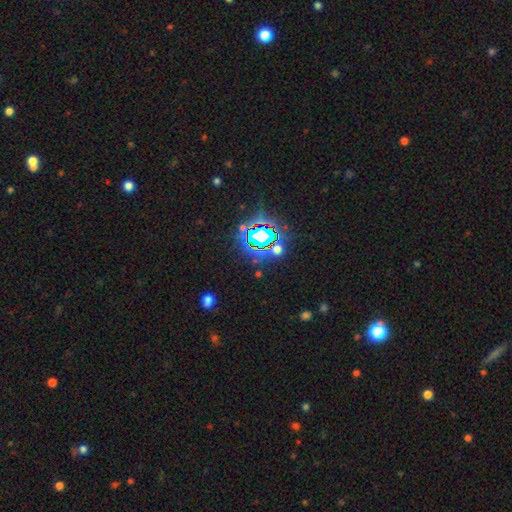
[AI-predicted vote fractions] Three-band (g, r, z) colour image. It shows a star or artifact, not a galaxy (83%).